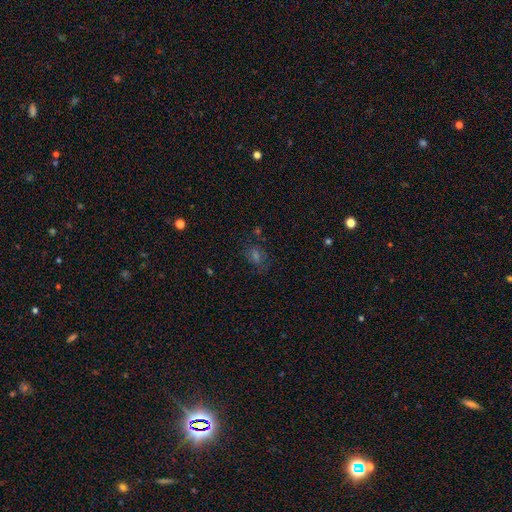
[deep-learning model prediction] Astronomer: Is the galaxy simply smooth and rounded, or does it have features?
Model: smooth — 40% (runner-up: star or artifact, 35%).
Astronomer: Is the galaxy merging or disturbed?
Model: none — 74%.